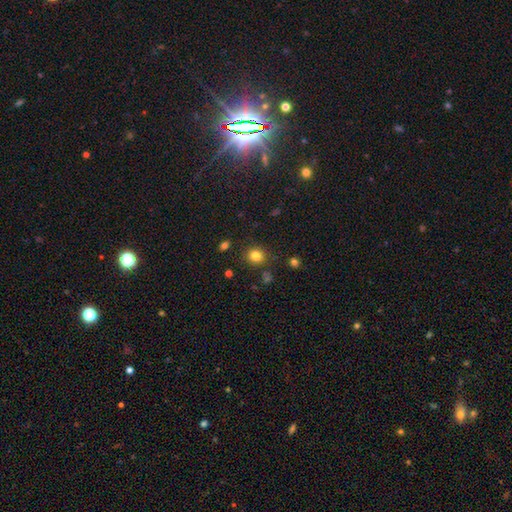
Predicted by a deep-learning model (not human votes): Smooth or featured: smooth — 81% (star or artifact — 13%)
How rounded: round — 81% (in between — 18%)
Merging: none — 85% (minor disturbance — 9%)